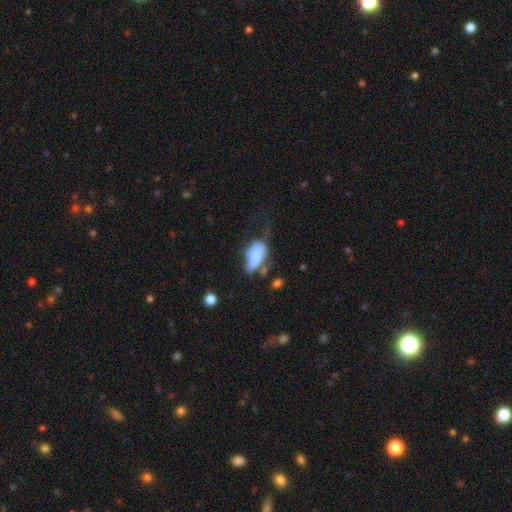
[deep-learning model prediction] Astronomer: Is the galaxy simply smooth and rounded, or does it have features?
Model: smooth — 68%.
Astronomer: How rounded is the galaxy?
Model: in between — 89%.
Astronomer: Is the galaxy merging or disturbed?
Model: major disturbance — 36% (runner-up: minor disturbance, 29%).